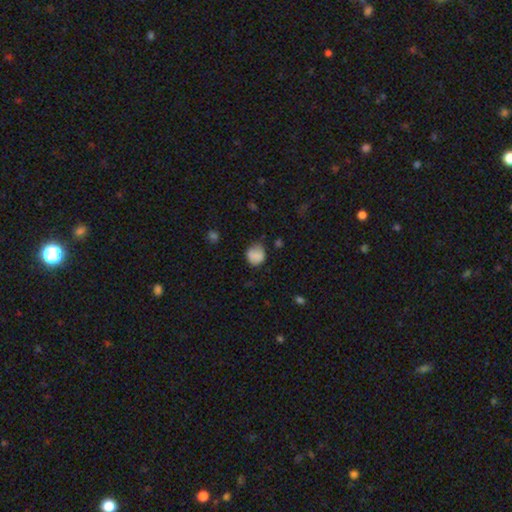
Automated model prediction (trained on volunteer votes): The model was most divided on "merging": none: 57%, minor disturbance: 31%, major disturbance: 10%, merger: 3%. More confident: smooth or featured — smooth (81%); how rounded — round (74%).